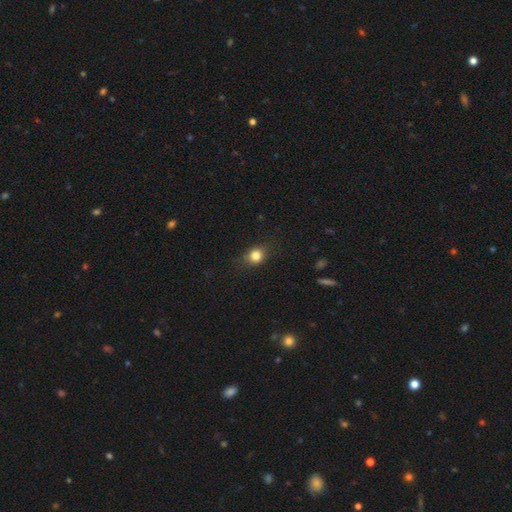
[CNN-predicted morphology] Smooth or featured? Predicted: smooth (p=0.81). How rounded? Predicted: round (p=0.65). Merging? Predicted: none (p=0.79).